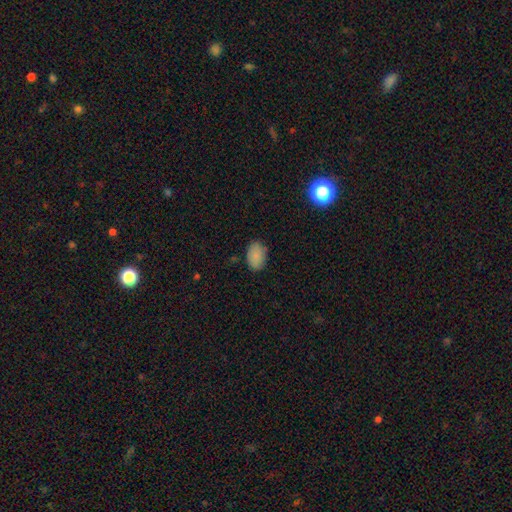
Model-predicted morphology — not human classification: Q: Smooth or featured?
A: smooth (87%); runner-up: star or artifact (8%)
Q: How rounded?
A: in between (88%); runner-up: round (11%)
Q: Merging?
A: none (84%); runner-up: minor disturbance (12%)